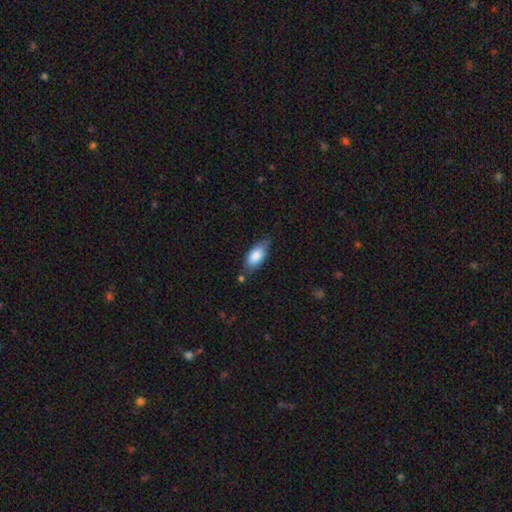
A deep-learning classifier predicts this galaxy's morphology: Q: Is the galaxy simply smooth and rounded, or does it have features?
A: smooth — 82%.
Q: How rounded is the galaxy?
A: in between — 88%.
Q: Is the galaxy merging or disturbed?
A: none — 66%.